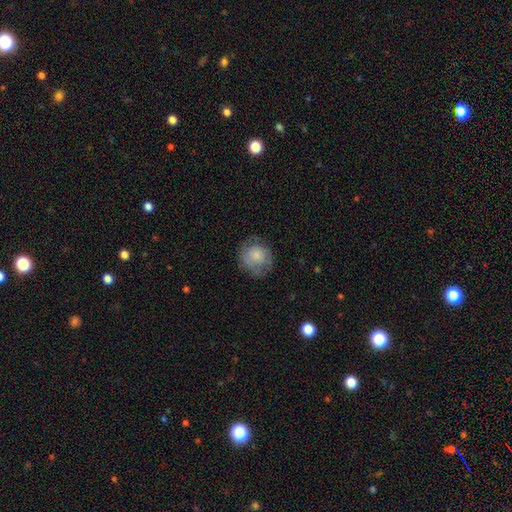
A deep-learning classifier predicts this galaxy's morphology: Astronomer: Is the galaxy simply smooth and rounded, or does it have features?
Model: smooth — 71%.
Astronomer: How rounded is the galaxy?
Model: round — 81%.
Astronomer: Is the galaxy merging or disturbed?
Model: none — 66%.